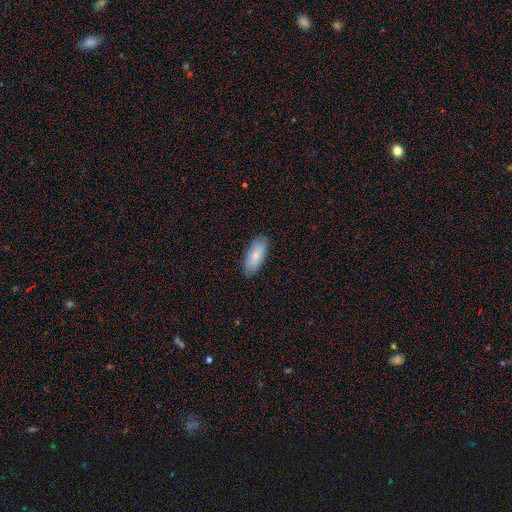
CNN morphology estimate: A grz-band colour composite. It shows a smooth galaxy with no disk features (81%) that is in between round and cigar-shaped (83%). Merging: none (86%).